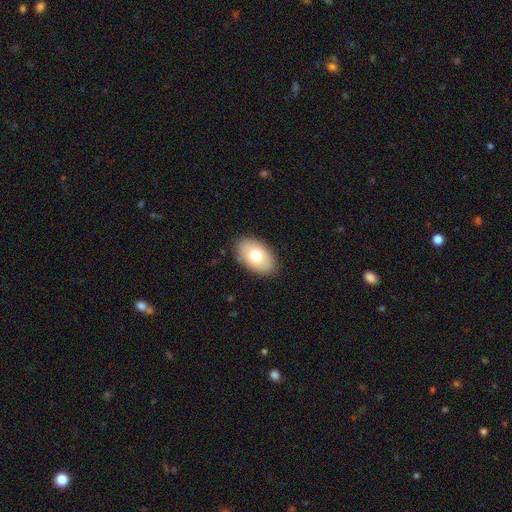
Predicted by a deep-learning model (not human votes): smooth 72%, featured or disk 20%, star or artifact 7%. Down the decision tree: how rounded — in between (92%); merging — none (86%).